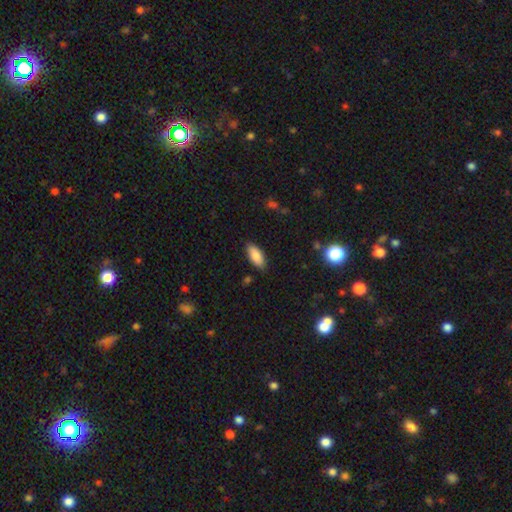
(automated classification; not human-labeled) Smooth or featured? smooth (85%)
How rounded? in between (85%)
Merging? none (84%)